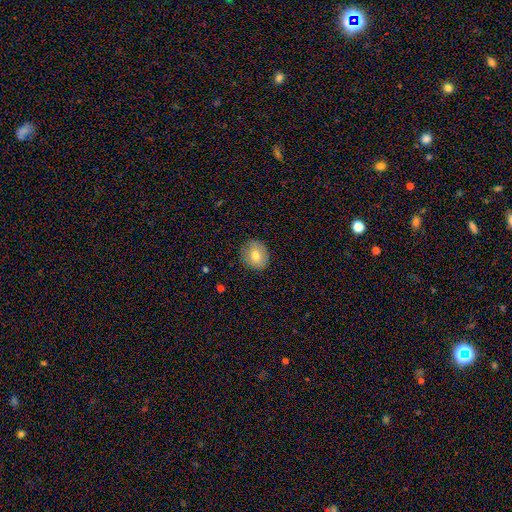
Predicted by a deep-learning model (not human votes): smooth 76%, featured or disk 16%, star or artifact 8%. Down the decision tree: how rounded — round (74%); merging — none (87%).